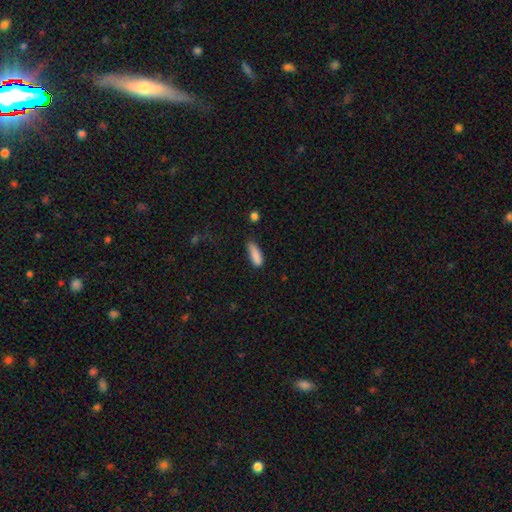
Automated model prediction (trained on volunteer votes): Smooth or featured: smooth — 86% (star or artifact — 8%)
How rounded: in between — 62% (cigar-shaped — 36%)
Merging: none — 55% (minor disturbance — 34%)